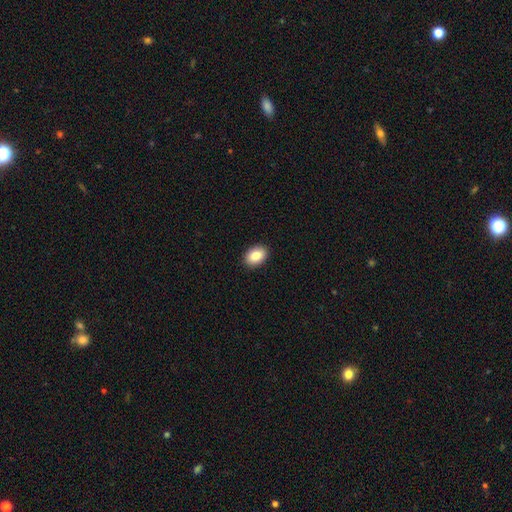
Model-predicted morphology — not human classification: This appears to be a smooth galaxy with no disk features (84%) that is in between round and cigar-shaped (80%). Merging: none (91%).